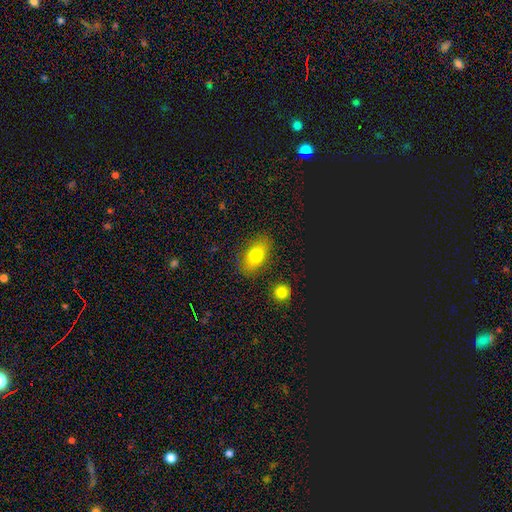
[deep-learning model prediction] Morphology: type=smooth (75%); roundness=in between (86%); merging=none (83%).